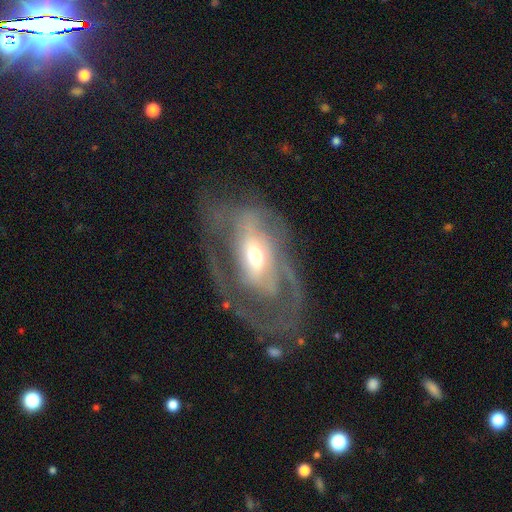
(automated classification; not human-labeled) Overall: featured or disk (78%). Edge-on disk: no (94%). Bar: no (42%; weak 36%). Spiral arms: yes (75%). Spiral arm count: 2 (35%; can't tell 32%). Spiral winding: medium (41%; tight 37%). Bulge size: moderate (63%; small 26%). Merging: none (39%, tied with major disturbance).